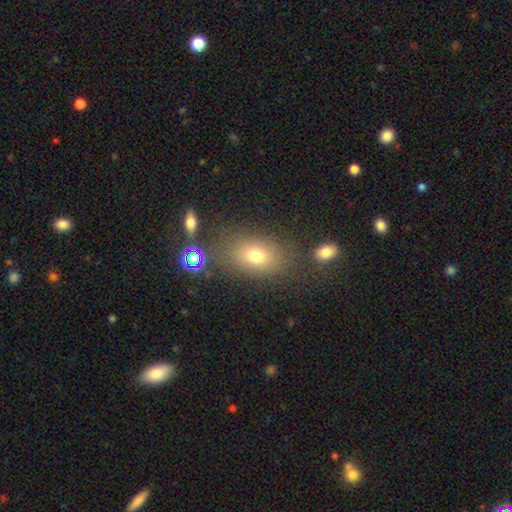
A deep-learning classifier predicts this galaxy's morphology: smooth-or-featured: smooth: 72% | star or artifact: 15% | featured or disk: 13%
  how-rounded: in between: 74% | round: 24% | cigar-shaped: 2%
  merging: none: 75% | minor disturbance: 13% | merger: 7% | major disturbance: 6%